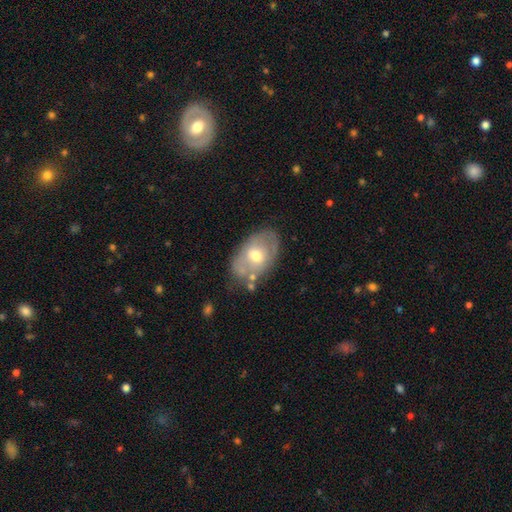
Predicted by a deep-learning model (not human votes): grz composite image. It shows a smooth galaxy with no disk features (49%). Merging: none (66%).